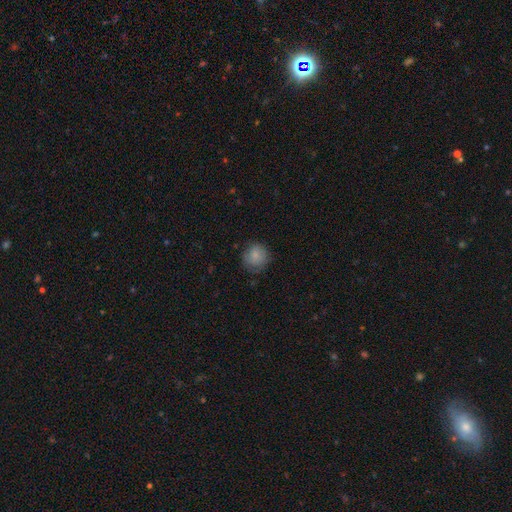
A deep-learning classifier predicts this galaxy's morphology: This is clearly a smooth galaxy (84%). How rounded: clearly round (88%). Merging: likely none (75%).